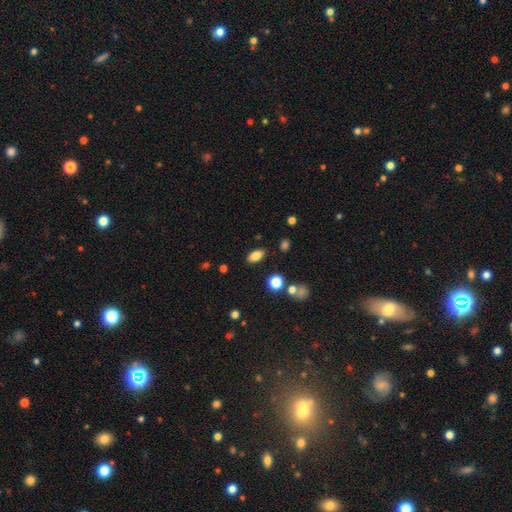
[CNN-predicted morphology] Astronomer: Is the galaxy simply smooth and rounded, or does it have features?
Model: smooth — 81%.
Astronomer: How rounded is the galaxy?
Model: in between — 88%.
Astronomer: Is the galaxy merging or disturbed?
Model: none — 86%.